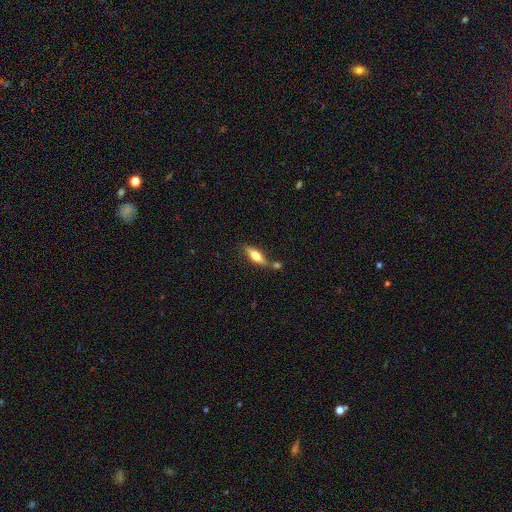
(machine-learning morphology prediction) A smooth galaxy with no disk features (58%) that is in between round and cigar-shaped (49%).

Vote fractions:
- Smooth or featured? smooth: 58% / featured or disk: 36% / star or artifact: 6%
- How rounded? in between: 49% / cigar-shaped: 48% / round: 3%
- Merging? none: 65% / merger: 16% / minor disturbance: 15% / major disturbance: 4%